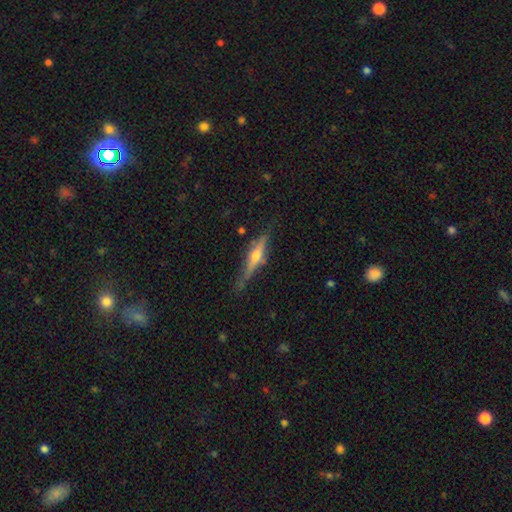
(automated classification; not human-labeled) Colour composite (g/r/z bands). It shows a featured or disk galaxy (69%) viewed edge-on (96%) with a rounded central bulge (90%). Merging: none (75%).